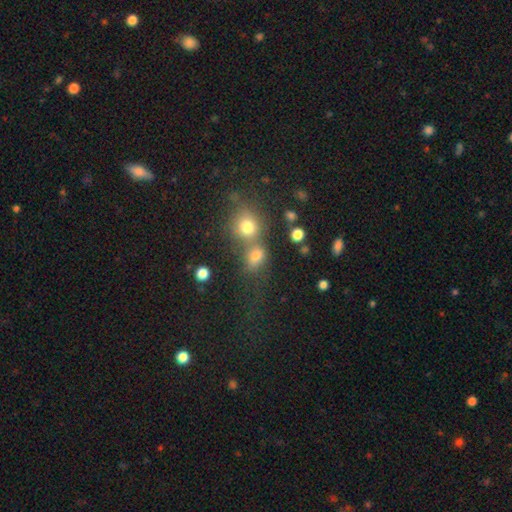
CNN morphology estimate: This is likely a smooth galaxy (74%). How rounded: possibly round (49%). Merging: possibly merger (48%).